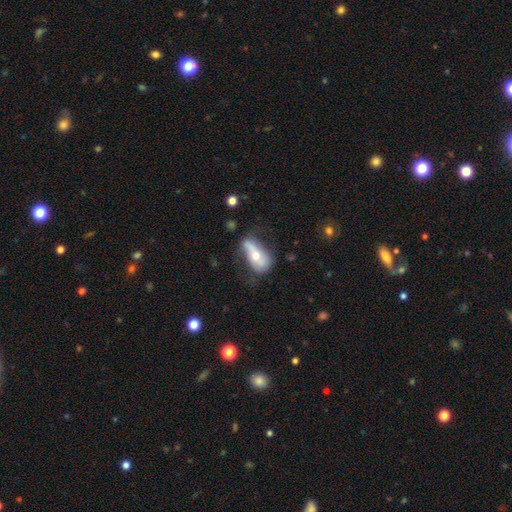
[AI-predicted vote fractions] Overall: featured or disk (47%; smooth 46%). Merging: none (49%; minor disturbance 32%).